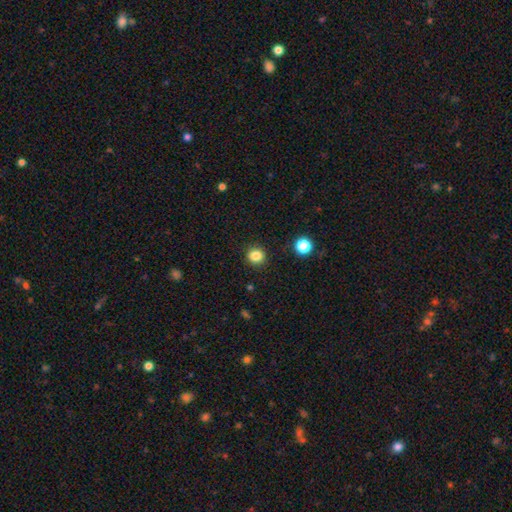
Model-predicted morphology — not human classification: smooth 84%, star or artifact 12%, featured or disk 4%. Down the decision tree: how rounded — round (84%); merging — none (90%).